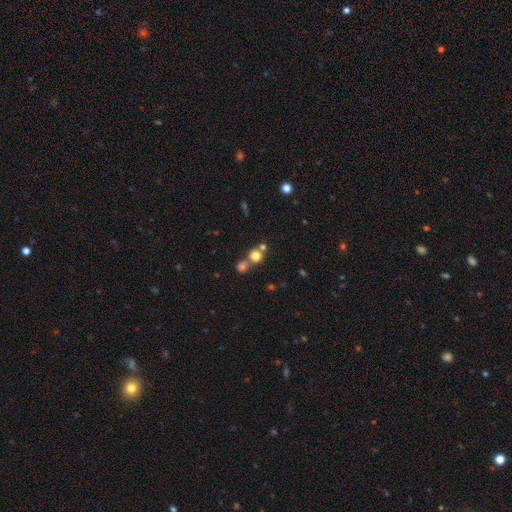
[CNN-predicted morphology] smooth_or_featured: smooth (p=0.74) [alt: star or artifact p=0.16]
how_rounded: round (p=0.87) [alt: in between p=0.12]
merging: none (p=0.55) [alt: merger p=0.34]